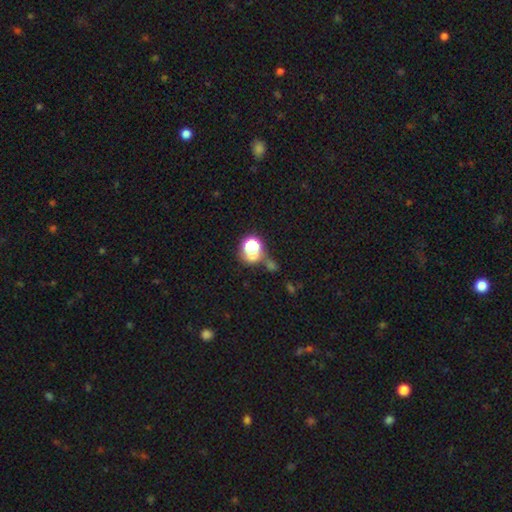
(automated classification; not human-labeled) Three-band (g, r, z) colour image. It shows a smooth galaxy with no disk features (61%) that is round (71%). Merging: none (42%).